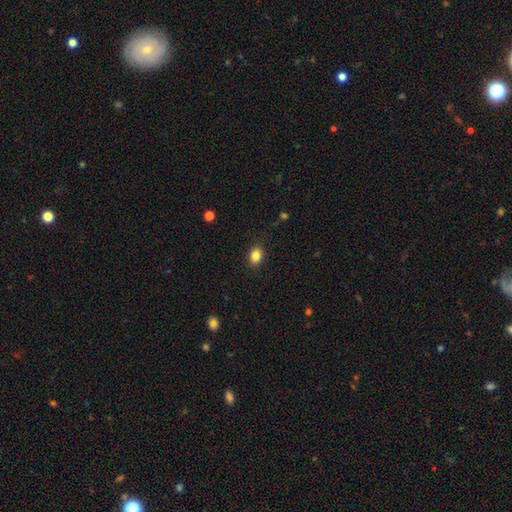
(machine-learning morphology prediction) smooth_or_featured: smooth (p=0.85) [alt: star or artifact p=0.10]
how_rounded: in between (p=0.69) [alt: round p=0.30]
merging: none (p=0.88) [alt: minor disturbance p=0.09]